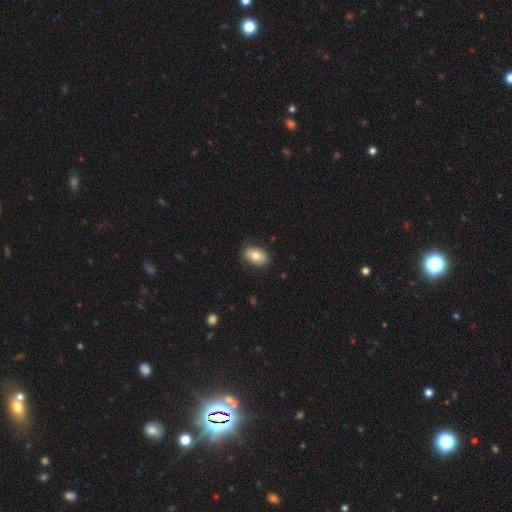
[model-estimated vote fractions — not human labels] A smooth galaxy with no disk features (75%) that is in between round and cigar-shaped (88%).

Vote fractions:
- Smooth or featured? smooth: 75% / featured or disk: 18% / star or artifact: 7%
- How rounded? in between: 88% / round: 11% / cigar-shaped: 1%
- Merging? none: 85% / minor disturbance: 12% / major disturbance: 2% / merger: 1%